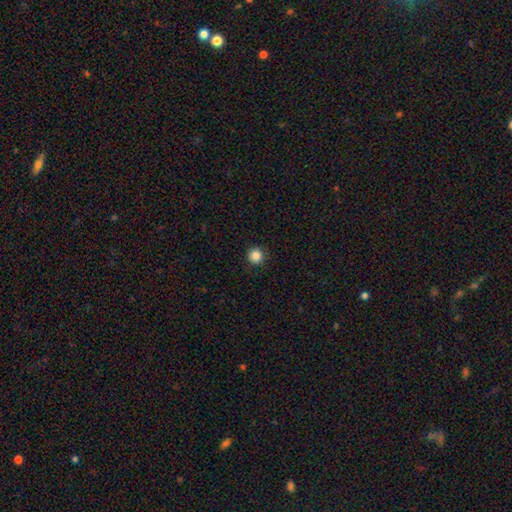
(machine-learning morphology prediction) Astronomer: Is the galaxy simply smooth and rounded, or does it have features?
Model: smooth — 86%.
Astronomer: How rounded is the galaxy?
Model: round — 96%.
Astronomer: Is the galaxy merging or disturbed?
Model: none — 91%.